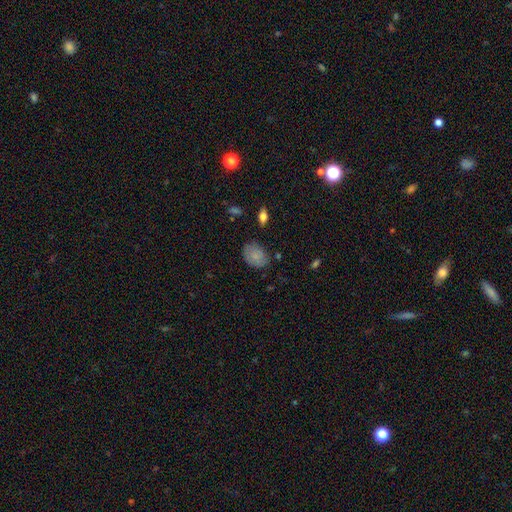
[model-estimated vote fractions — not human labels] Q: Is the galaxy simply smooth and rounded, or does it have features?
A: smooth — 78%.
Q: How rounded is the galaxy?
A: in between — 73%.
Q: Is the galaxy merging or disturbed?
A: none — 70%.